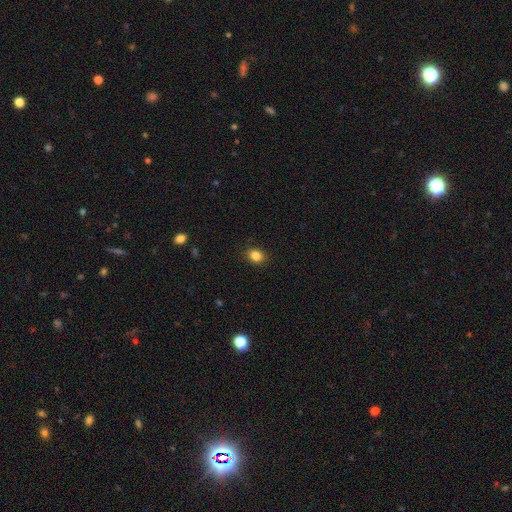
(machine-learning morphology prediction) Q: Smooth or featured?
A: smooth (85%); runner-up: star or artifact (10%)
Q: How rounded?
A: round (51%); runner-up: in between (48%)
Q: Merging?
A: none (88%); runner-up: minor disturbance (9%)